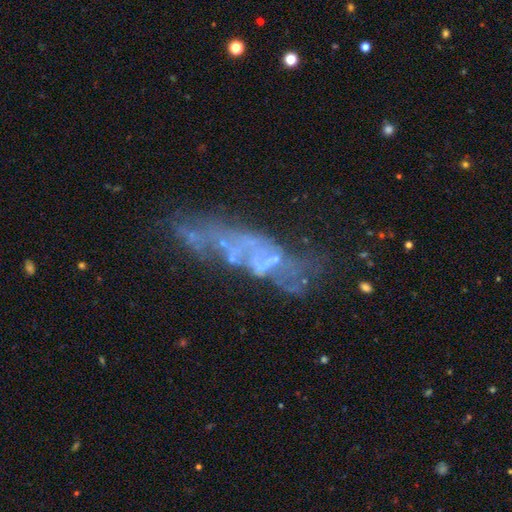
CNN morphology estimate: Smooth or featured? Predicted: featured or disk (p=0.62). Edge-on disk? Predicted: no (p=0.80). Merging? Predicted: none (p=0.45).